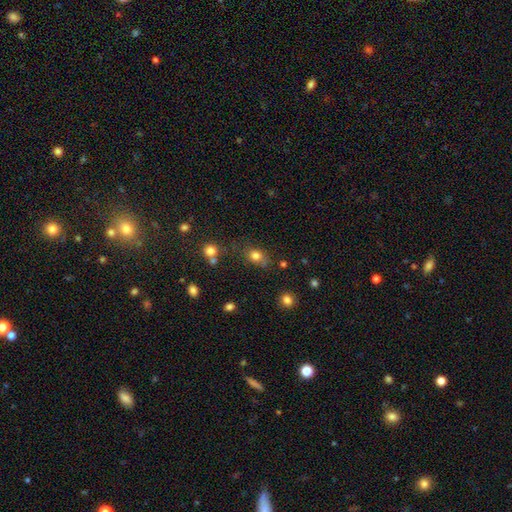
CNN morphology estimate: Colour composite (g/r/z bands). It shows a smooth galaxy with no disk features (80%) that is in between round and cigar-shaped (50%). Merging: none (62%).